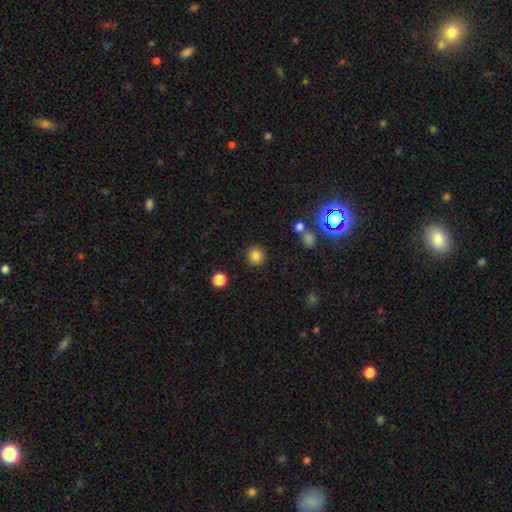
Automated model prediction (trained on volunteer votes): The model was most divided on "smooth or featured": smooth: 83%, star or artifact: 12%, featured or disk: 5%. More confident: how rounded — round (93%); merging — none (88%).